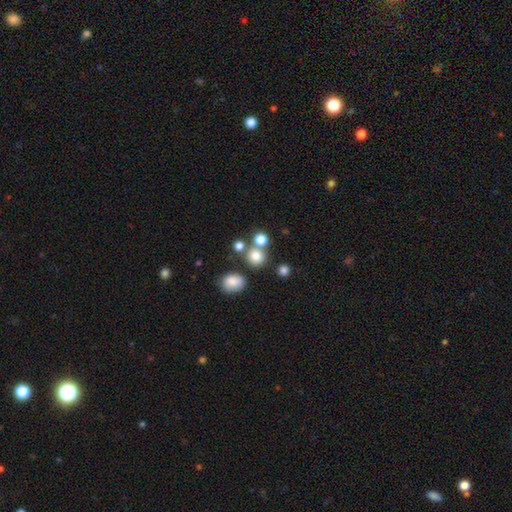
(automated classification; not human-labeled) Smooth or featured: smooth — 77% (star or artifact — 15%)
How rounded: round — 84% (in between — 15%)
Merging: none — 62% (merger — 25%)